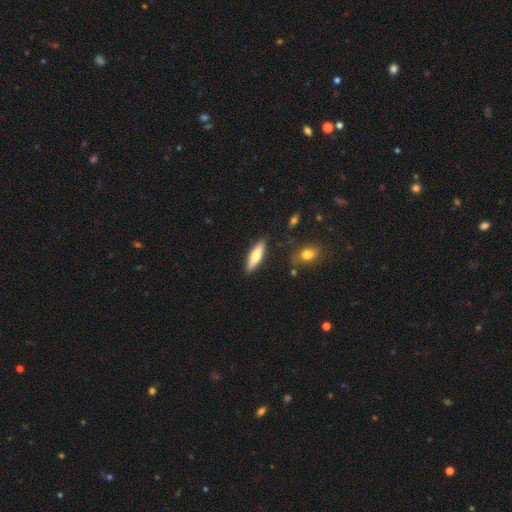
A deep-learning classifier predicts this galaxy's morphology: smooth_or_featured: smooth (p=0.66) [alt: featured or disk p=0.28]
how_rounded: cigar-shaped (p=0.63) [alt: in between p=0.36]
merging: none (p=0.86) [alt: minor disturbance p=0.09]